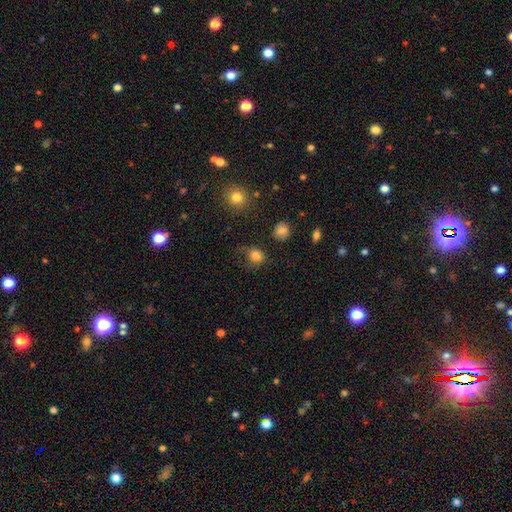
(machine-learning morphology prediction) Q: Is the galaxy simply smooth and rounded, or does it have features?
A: smooth — 82%.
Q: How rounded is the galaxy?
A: round — 64%.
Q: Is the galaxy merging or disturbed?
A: none — 66%.